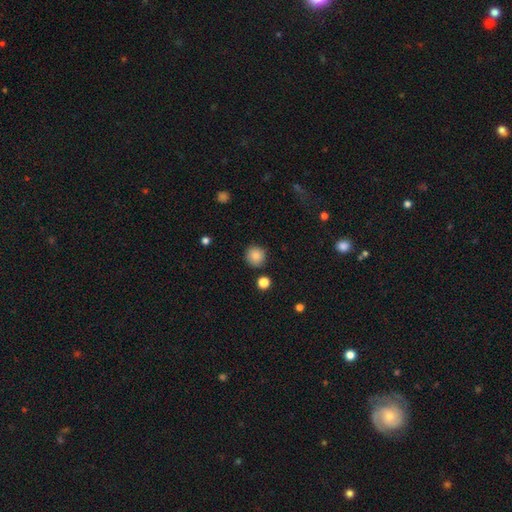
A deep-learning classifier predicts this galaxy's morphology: The model was most divided on "smooth or featured": smooth: 86%, star or artifact: 9%, featured or disk: 5%. More confident: how rounded — round (93%); merging — none (89%).